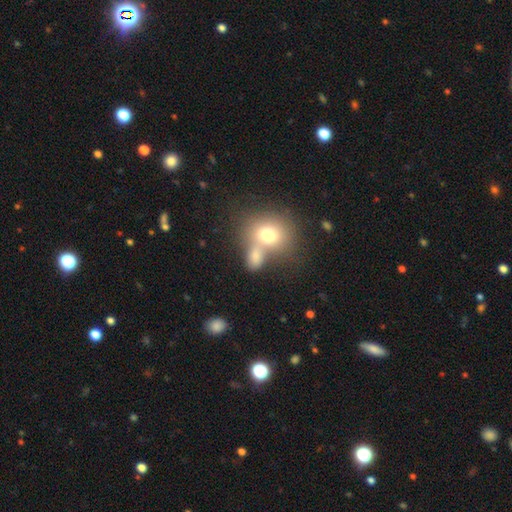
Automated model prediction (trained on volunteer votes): Smooth or featured? Predicted: smooth (p=0.73). How rounded? Predicted: in between (p=0.53). Merging? Predicted: merger (p=0.52).